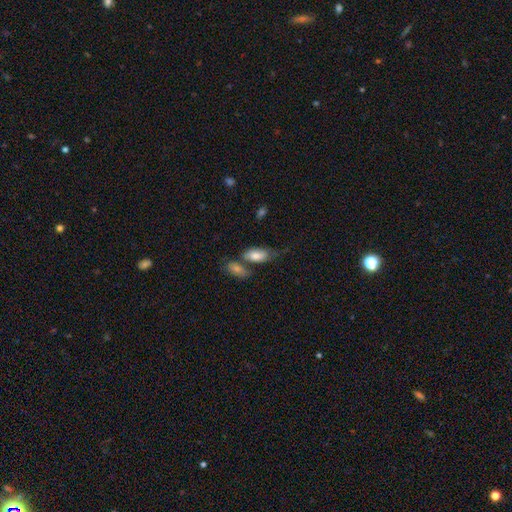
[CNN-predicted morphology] Smooth or featured: smooth — 77% (featured or disk — 16%)
How rounded: in between — 89% (cigar-shaped — 7%)
Merging: none — 40% (merger — 34%)